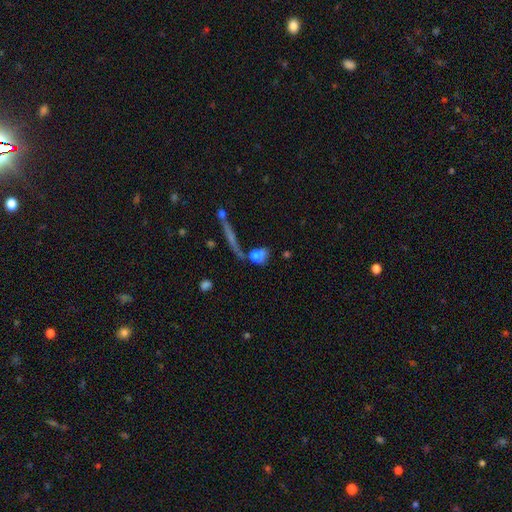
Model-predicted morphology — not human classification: Smooth or featured? smooth (69%)
How rounded? in between (50%)
Merging? none (37%)